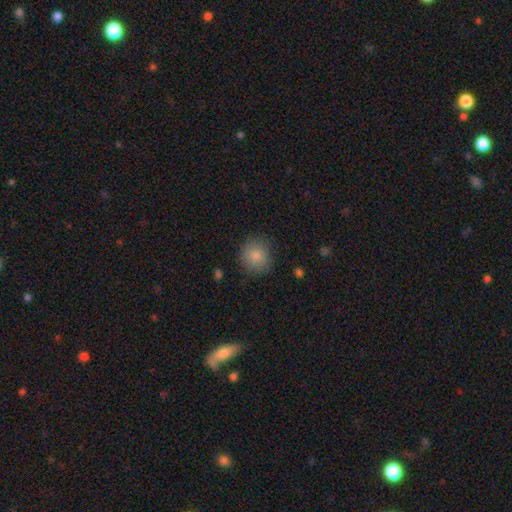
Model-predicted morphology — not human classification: Smooth or featured: smooth — 85% (star or artifact — 9%)
How rounded: round — 89% (in between — 10%)
Merging: none — 84% (minor disturbance — 11%)